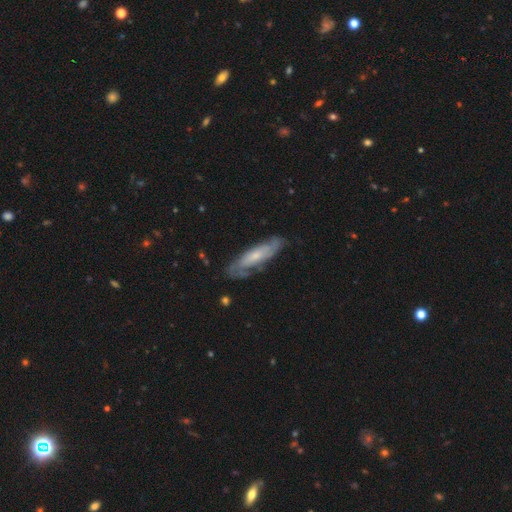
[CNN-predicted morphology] Q: Smooth or featured?
A: featured or disk (65%); runner-up: smooth (29%)
Q: Edge-on disk?
A: no (71%); runner-up: yes (29%)
Q: Merging?
A: none (70%); runner-up: minor disturbance (20%)